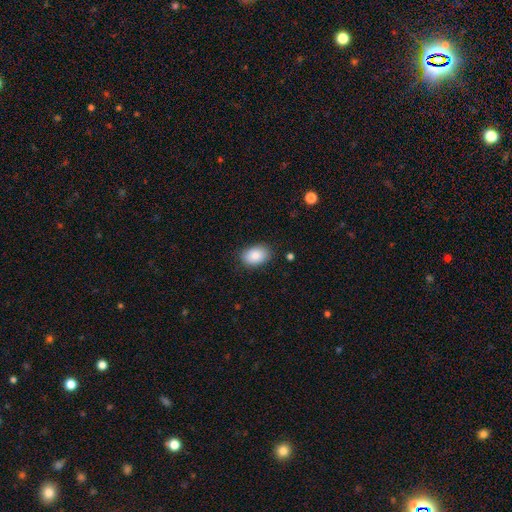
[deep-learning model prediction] smooth 87%, star or artifact 7%, featured or disk 6%. Down the decision tree: how rounded — in between (85%); merging — none (83%).